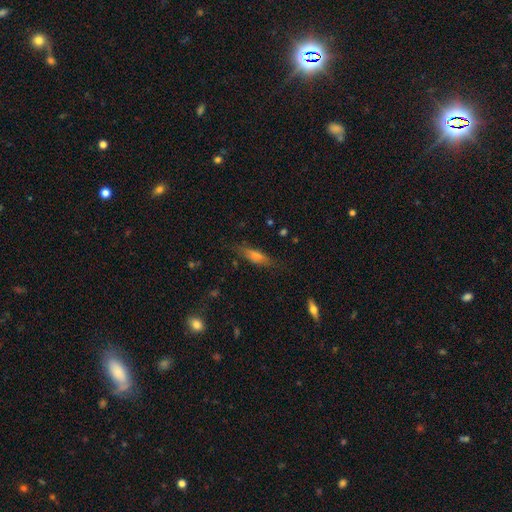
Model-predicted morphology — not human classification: Q: Smooth or featured?
A: smooth (52%); runner-up: featured or disk (35%)
Q: How rounded?
A: cigar-shaped (61%); runner-up: in between (36%)
Q: Merging?
A: none (77%); runner-up: minor disturbance (17%)